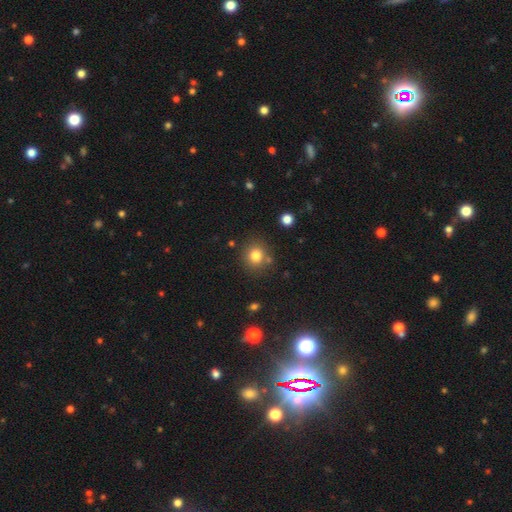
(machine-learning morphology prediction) A smooth galaxy with no disk features (80%) that is round (85%).

Vote fractions:
- Smooth or featured? smooth: 80% / star or artifact: 13% / featured or disk: 7%
- How rounded? round: 85% / in between: 14% / cigar-shaped: 1%
- Merging? none: 80% / minor disturbance: 10% / merger: 7% / major disturbance: 3%